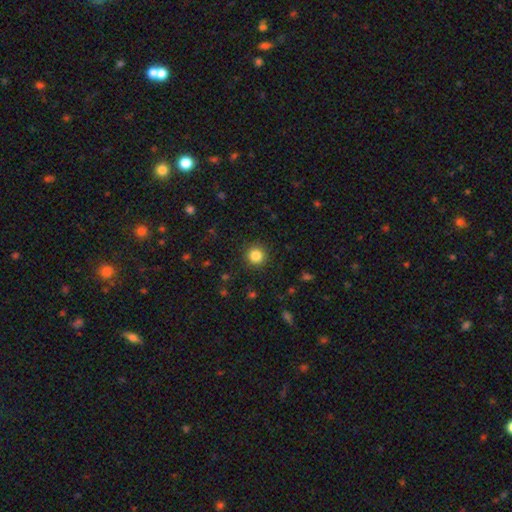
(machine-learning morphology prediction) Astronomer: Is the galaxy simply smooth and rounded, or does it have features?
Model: smooth — 84%.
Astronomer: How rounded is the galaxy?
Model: round — 94%.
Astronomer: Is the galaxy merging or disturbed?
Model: none — 91%.